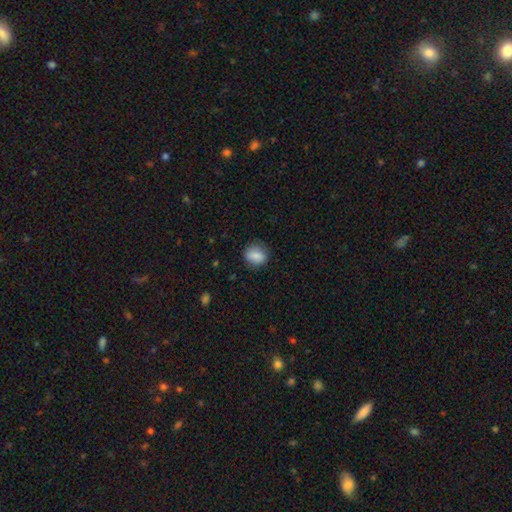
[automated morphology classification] This is clearly a smooth galaxy (83%). How rounded: possibly round (56%). Merging: likely none (77%).